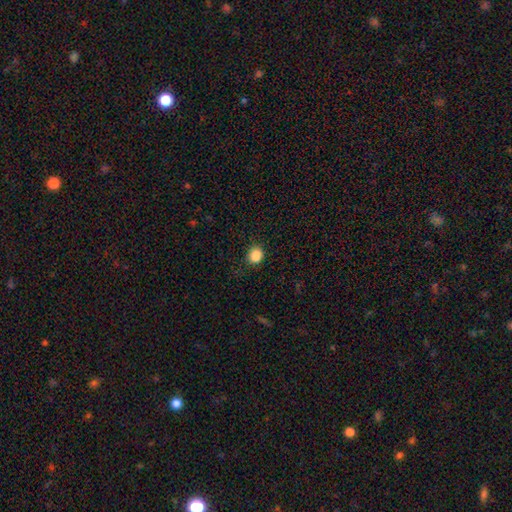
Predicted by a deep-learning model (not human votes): Overall: smooth (86%). How rounded: round (66%; in between 33%). Merging: none (78%).